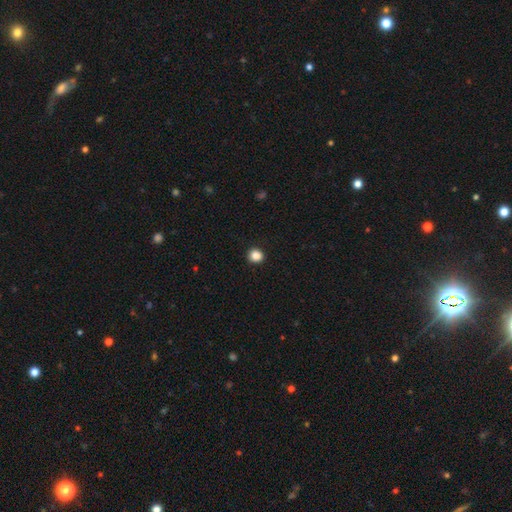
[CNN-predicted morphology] The model was most divided on "smooth or featured": smooth: 87%, star or artifact: 11%, featured or disk: 3%. More confident: merging — none (92%); how rounded — round (88%).